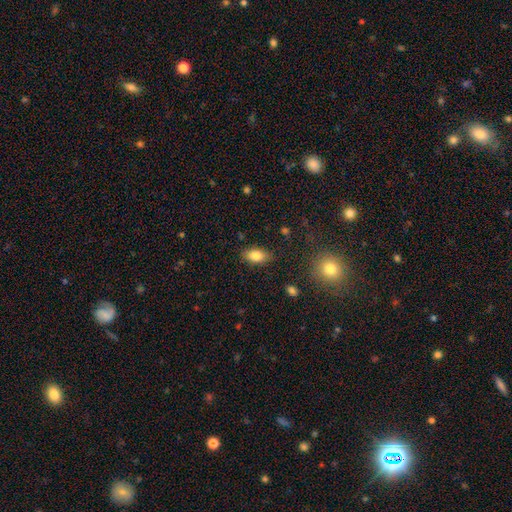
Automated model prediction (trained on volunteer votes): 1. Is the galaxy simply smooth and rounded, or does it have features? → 84% smooth, 8% star or artifact, 8% featured or disk.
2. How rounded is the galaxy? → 89% in between, 7% round, 4% cigar-shaped.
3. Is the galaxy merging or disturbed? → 83% none, 12% minor disturbance, 3% major disturbance, 2% merger.